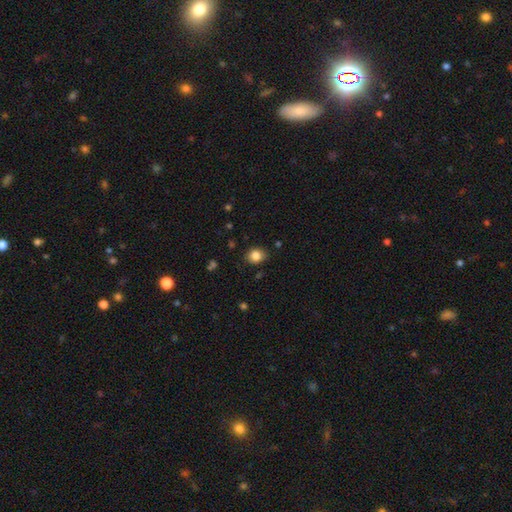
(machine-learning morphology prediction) This appears to be a smooth galaxy with no disk features (84%) that is round (56%). Merging: none (82%).